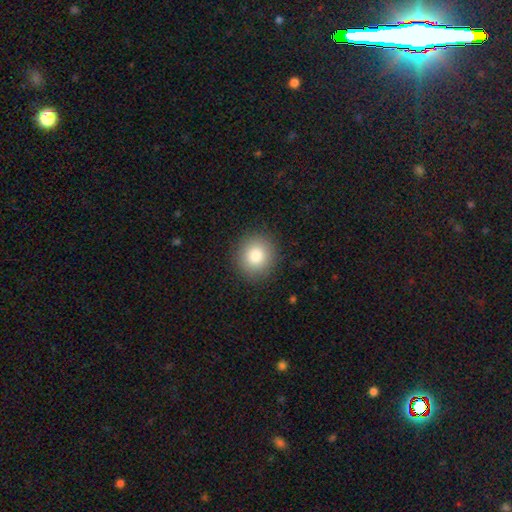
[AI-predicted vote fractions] This appears to be a smooth galaxy with no disk features (83%) that is round (87%). Merging: none (90%).